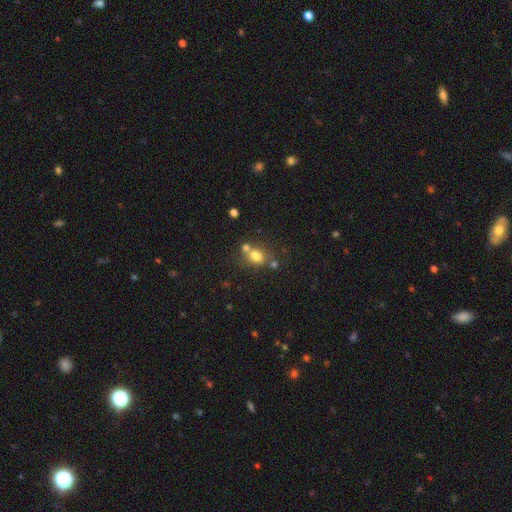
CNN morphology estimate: smooth_or_featured: smooth (p=0.75) [alt: star or artifact p=0.14]
how_rounded: round (p=0.53) [alt: in between p=0.46]
merging: none (p=0.53) [alt: merger p=0.30]